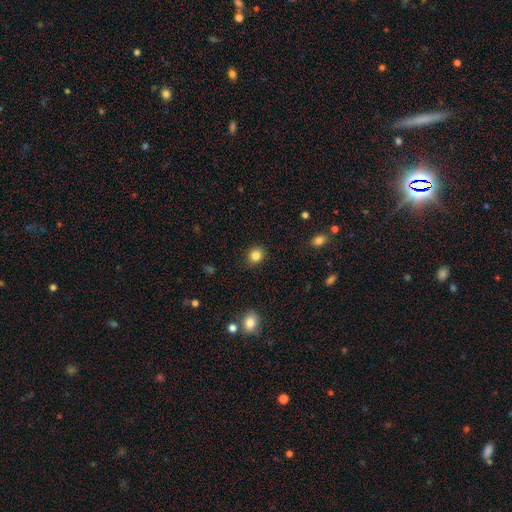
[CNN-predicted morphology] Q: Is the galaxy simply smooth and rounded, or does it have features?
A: smooth — 84%.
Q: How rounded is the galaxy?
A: round — 73%.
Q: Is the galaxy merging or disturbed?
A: none — 89%.